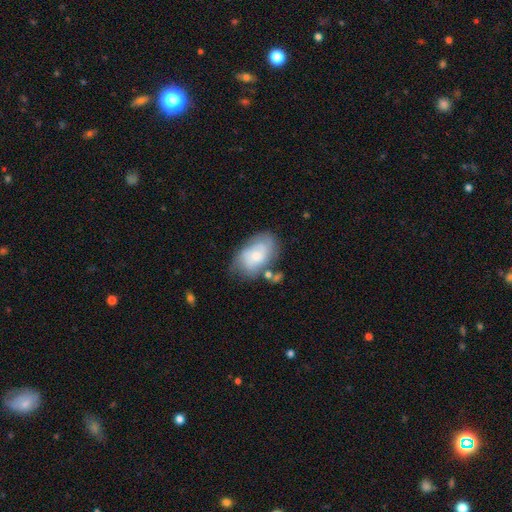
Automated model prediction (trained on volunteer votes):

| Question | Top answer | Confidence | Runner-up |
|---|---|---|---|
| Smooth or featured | smooth | 54% | featured or disk (39%) |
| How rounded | in between | 88% | round (10%) |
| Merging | none | 57% | minor disturbance (26%) |